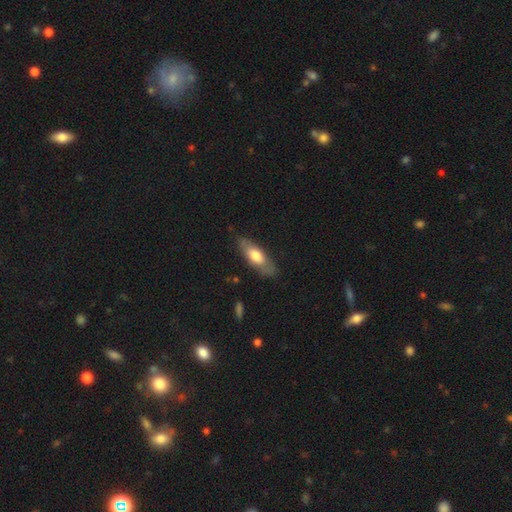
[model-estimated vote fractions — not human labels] smooth 63%, featured or disk 32%, star or artifact 5%. Down the decision tree: how rounded — in between (61%); merging — none (78%).